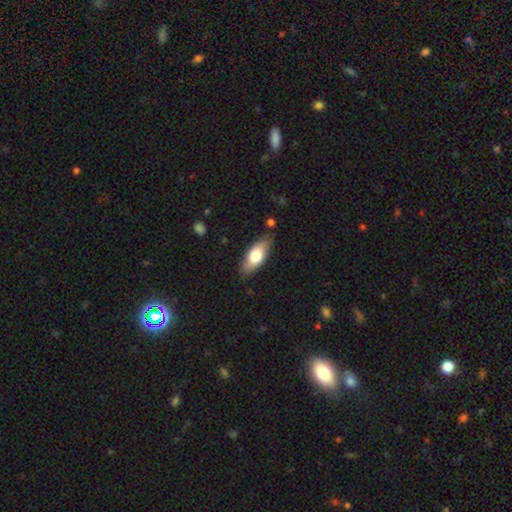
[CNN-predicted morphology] The model was most divided on "smooth or featured": smooth: 70%, featured or disk: 24%, star or artifact: 6%. More confident: merging — none (83%); how rounded — in between (78%).